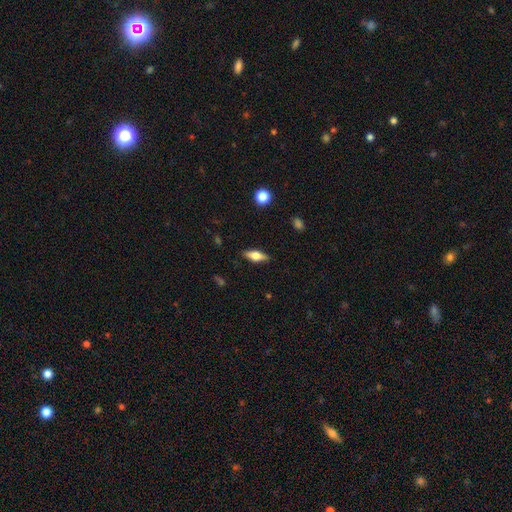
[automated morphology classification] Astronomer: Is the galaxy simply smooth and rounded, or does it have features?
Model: smooth — 52% (runner-up: featured or disk, 40%).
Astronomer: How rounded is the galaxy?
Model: in between — 64%.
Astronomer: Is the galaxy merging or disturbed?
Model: none — 86%.